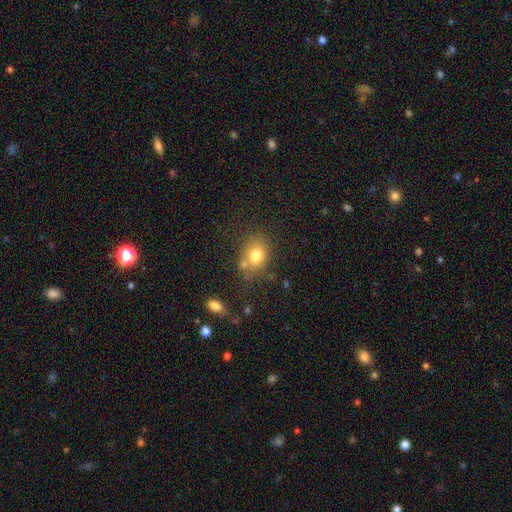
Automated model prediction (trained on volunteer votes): A smooth galaxy with no disk features (78%) that is in between round and cigar-shaped (51%).

Vote fractions:
- Smooth or featured? smooth: 78% / featured or disk: 12% / star or artifact: 11%
- How rounded? in between: 51% / round: 48% / cigar-shaped: 1%
- Merging? none: 64% / minor disturbance: 17% / merger: 14% / major disturbance: 6%